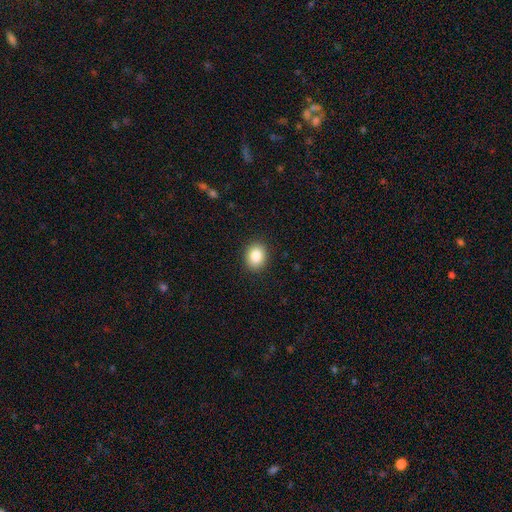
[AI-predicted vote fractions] A smooth galaxy with no disk features (85%) that is round (52%).

Vote fractions:
- Smooth or featured? smooth: 85% / star or artifact: 9% / featured or disk: 6%
- How rounded? round: 52% / in between: 47% / cigar-shaped: 1%
- Merging? none: 90% / minor disturbance: 7% / major disturbance: 2% / merger: 1%